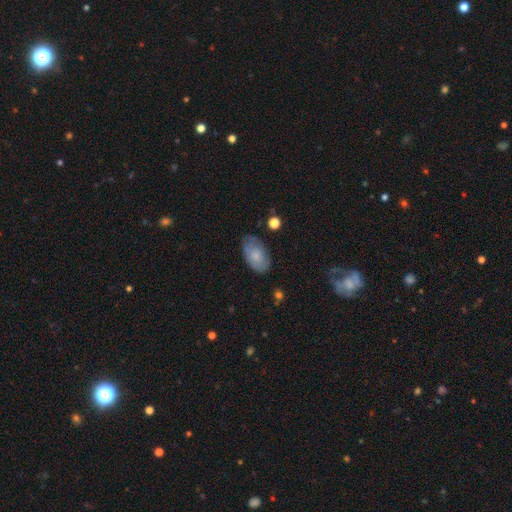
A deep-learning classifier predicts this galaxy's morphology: type=smooth (71%); roundness=in between (94%); merging=none (73%).